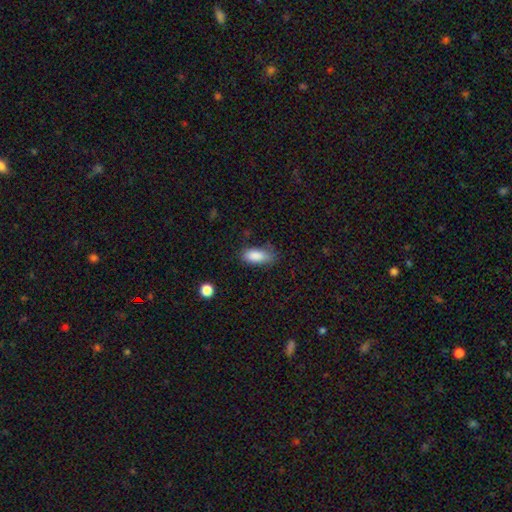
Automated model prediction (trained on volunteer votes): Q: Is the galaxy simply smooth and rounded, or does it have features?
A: smooth — 86%.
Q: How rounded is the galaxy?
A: in between — 86%.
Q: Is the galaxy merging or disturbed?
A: none — 61%.